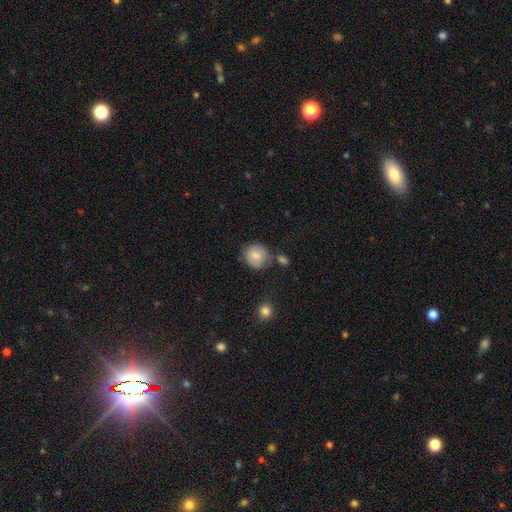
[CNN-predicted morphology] A smooth galaxy with no disk features (80%) that is round (88%).

Vote fractions:
- Smooth or featured? smooth: 80% / featured or disk: 12% / star or artifact: 8%
- How rounded? round: 88% / in between: 11% / cigar-shaped: 1%
- Merging? none: 67% / minor disturbance: 18% / merger: 10% / major disturbance: 5%